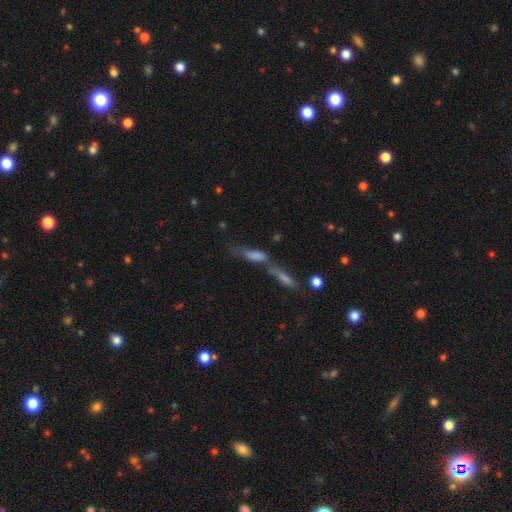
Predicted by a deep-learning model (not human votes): This is likely a smooth galaxy (61%). How rounded: possibly cigar-shaped (54%). Merging: possibly merger (60%).